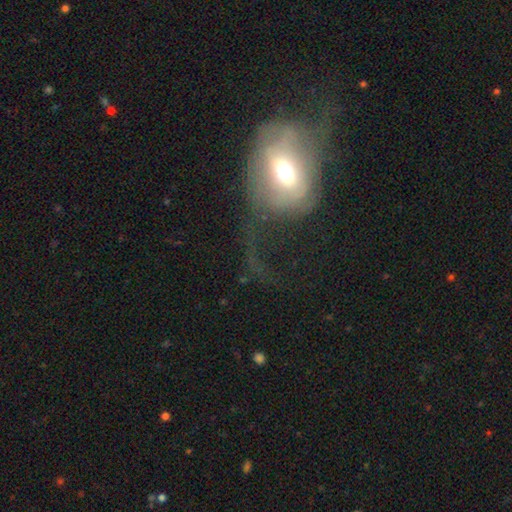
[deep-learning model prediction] Q: Smooth or featured?
A: featured or disk (57%); runner-up: smooth (27%)
Q: Edge-on disk?
A: no (90%); runner-up: yes (10%)
Q: Bar?
A: no (47%); runner-up: weak (34%)
Q: Spiral arms?
A: yes (56%); runner-up: no (44%)
Q: Bulge size?
A: moderate (64%); runner-up: small (15%)
Q: Merging?
A: major disturbance (44%); runner-up: none (35%)